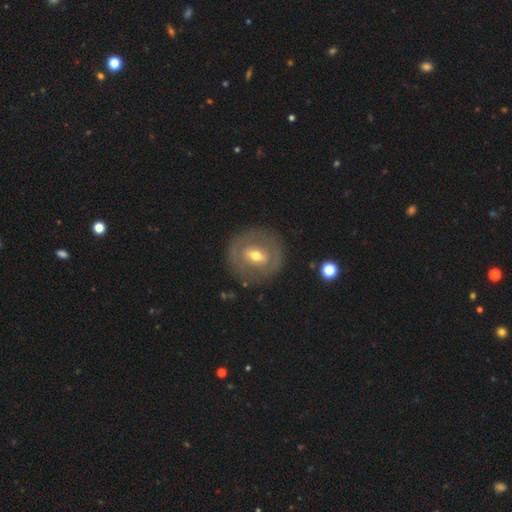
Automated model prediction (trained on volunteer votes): Overall: featured or disk (62%; smooth 32%). Edge-on disk: no (92%). Bar: weak (42%; strong 31%). Spiral arms: no (74%). Bulge size: moderate (67%). Merging: none (81%).